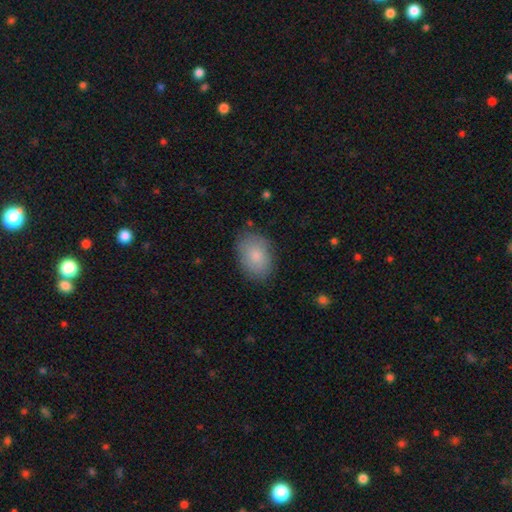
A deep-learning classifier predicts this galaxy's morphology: smooth-or-featured: smooth: 83% | featured or disk: 10% | star or artifact: 7%
  how-rounded: in between: 82% | round: 17% | cigar-shaped: 1%
  merging: none: 82% | minor disturbance: 13% | major disturbance: 3% | merger: 1%